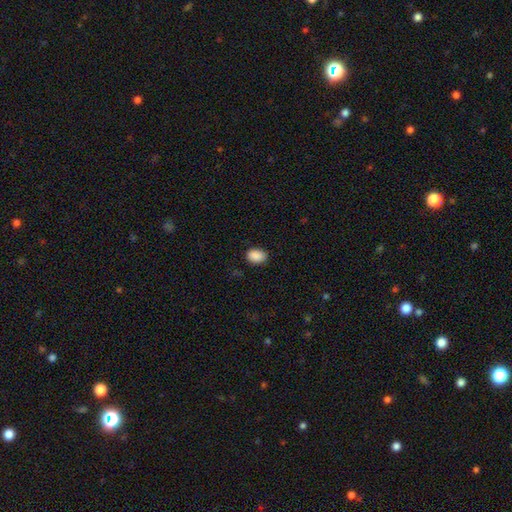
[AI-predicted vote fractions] A smooth galaxy with no disk features (90%) that is in between round and cigar-shaped (75%).

Vote fractions:
- Smooth or featured? smooth: 90% / star or artifact: 8% / featured or disk: 3%
- How rounded? in between: 75% / round: 24% / cigar-shaped: 1%
- Merging? none: 86% / minor disturbance: 11% / major disturbance: 2% / merger: 1%